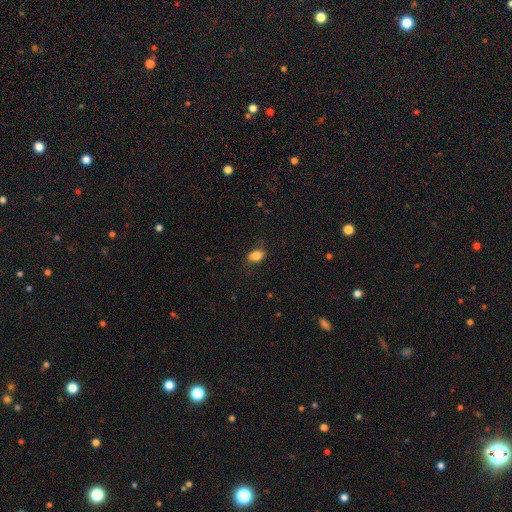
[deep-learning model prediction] The model was most divided on "how rounded": in between: 77%, round: 21%, cigar-shaped: 2%. More confident: smooth or featured — smooth (84%); merging — none (78%).